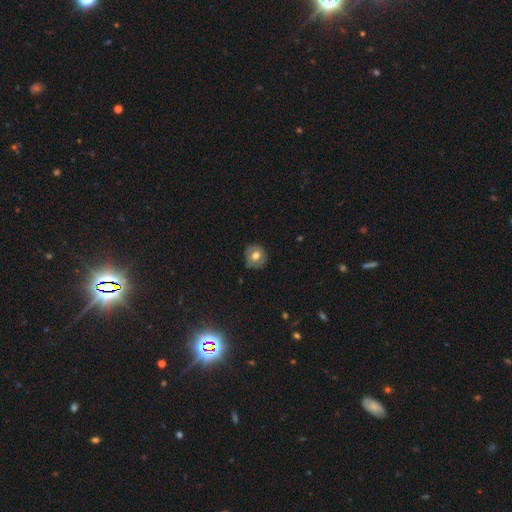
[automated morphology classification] Q: Smooth or featured?
A: smooth (66%); runner-up: featured or disk (25%)
Q: How rounded?
A: round (90%); runner-up: in between (9%)
Q: Merging?
A: none (81%); runner-up: minor disturbance (15%)